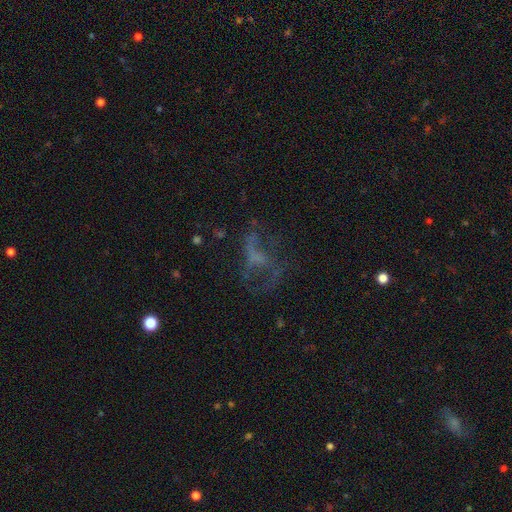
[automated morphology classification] Smooth or featured? featured or disk (52%)
Edge-on disk? no (96%)
Merging? none (42%)